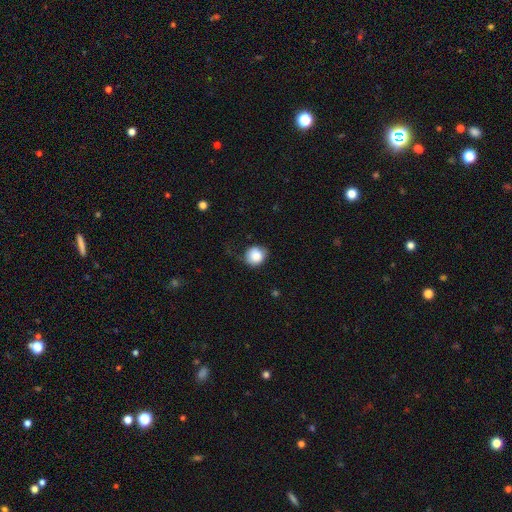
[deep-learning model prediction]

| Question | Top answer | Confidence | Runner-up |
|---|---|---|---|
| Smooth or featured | smooth | 85% | star or artifact (8%) |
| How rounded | round | 86% | in between (13%) |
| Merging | none | 64% | minor disturbance (25%) |